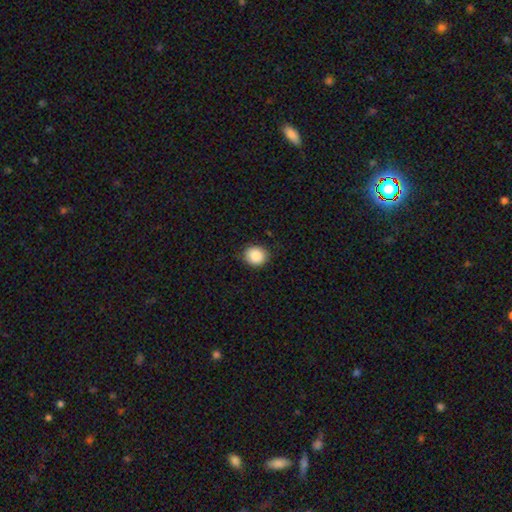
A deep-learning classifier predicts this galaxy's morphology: Q: Smooth or featured?
A: smooth (88%); runner-up: star or artifact (8%)
Q: How rounded?
A: round (78%); runner-up: in between (21%)
Q: Merging?
A: none (86%); runner-up: minor disturbance (11%)